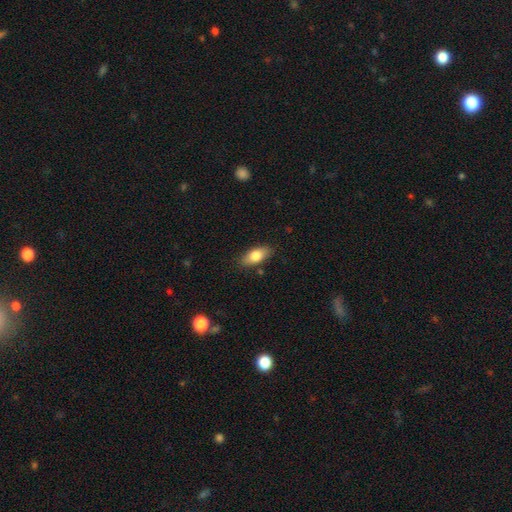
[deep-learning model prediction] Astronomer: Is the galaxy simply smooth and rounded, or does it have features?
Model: smooth — 79%.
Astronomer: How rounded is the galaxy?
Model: in between — 87%.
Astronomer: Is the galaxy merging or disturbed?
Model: none — 84%.